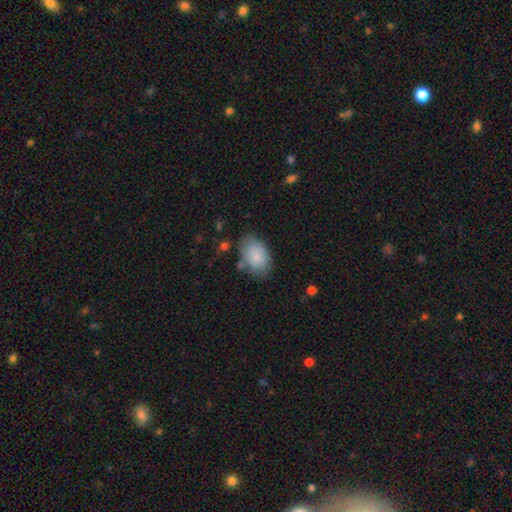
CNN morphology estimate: A smooth galaxy with no disk features (84%) that is in between round and cigar-shaped (88%).

Vote fractions:
- Smooth or featured? smooth: 84% / featured or disk: 9% / star or artifact: 6%
- How rounded? in between: 88% / round: 11% / cigar-shaped: 1%
- Merging? none: 69% / minor disturbance: 20% / major disturbance: 6% / merger: 5%